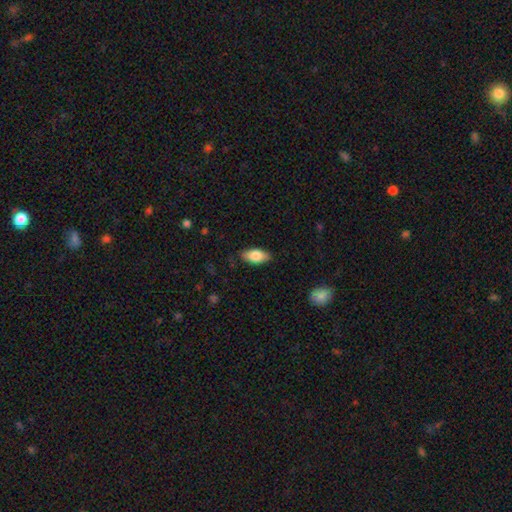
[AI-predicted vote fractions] A smooth galaxy with no disk features (80%) that is in between round and cigar-shaped (89%). Merging: none (86%).